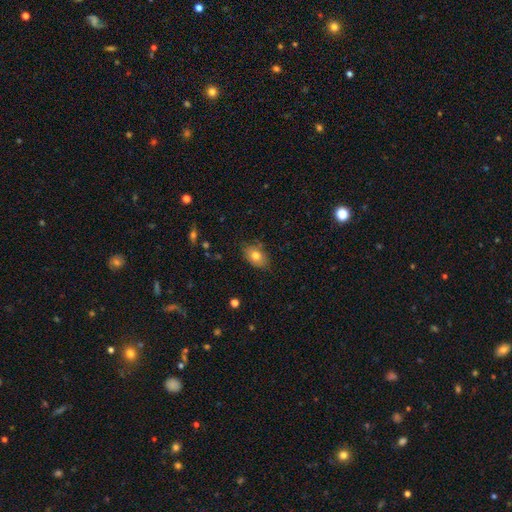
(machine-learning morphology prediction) Smooth or featured: smooth — 78% (featured or disk — 14%)
How rounded: in between — 84% (round — 15%)
Merging: none — 78% (minor disturbance — 17%)